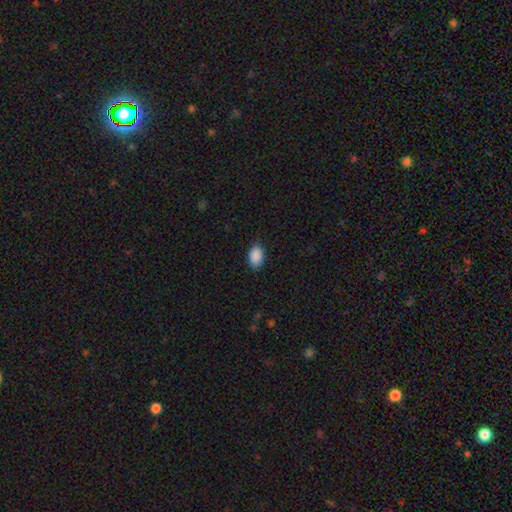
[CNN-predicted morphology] This appears to be a smooth galaxy with no disk features (90%) that is in between round and cigar-shaped (86%). Merging: none (86%).